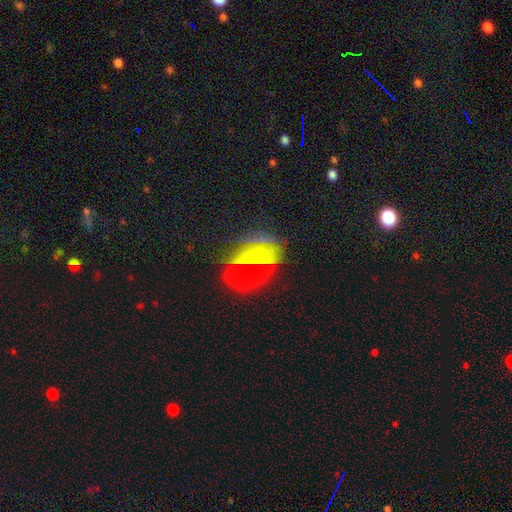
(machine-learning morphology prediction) Overall: smooth (54%; star or artifact 28%). How rounded: in between (68%; round 28%). Merging: none (76%).